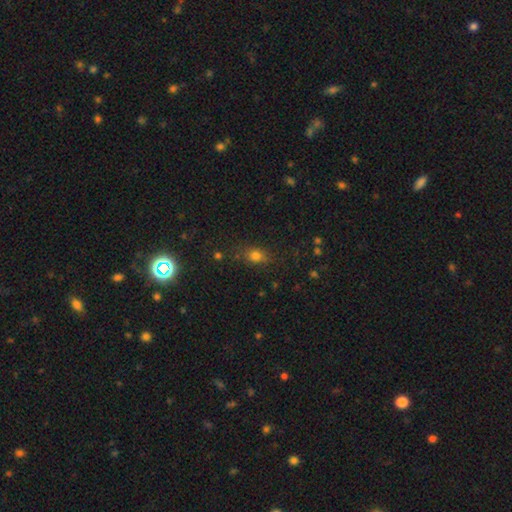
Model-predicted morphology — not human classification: A smooth galaxy with no disk features (74%) that is in between round and cigar-shaped (56%). Merging: none (76%).